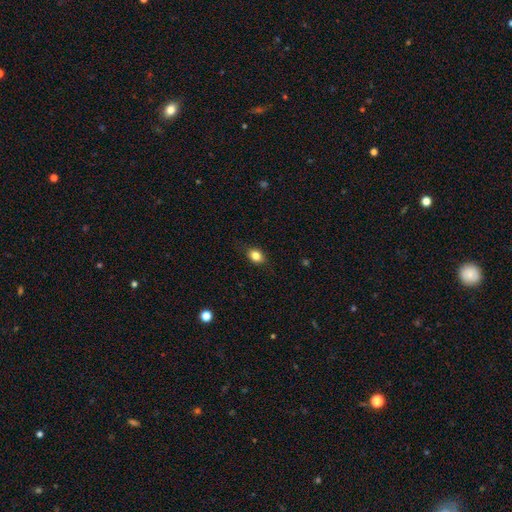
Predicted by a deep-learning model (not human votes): The model was most divided on "how rounded": in between: 66%, round: 33%, cigar-shaped: 2%. More confident: smooth or featured — smooth (83%); merging — none (82%).